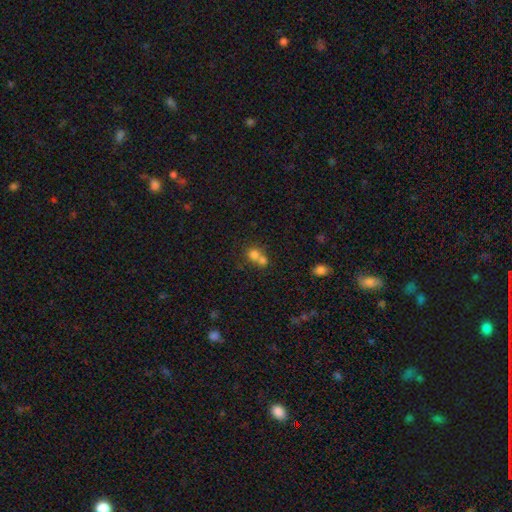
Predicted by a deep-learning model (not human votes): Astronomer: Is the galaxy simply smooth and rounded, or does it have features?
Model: smooth — 75%.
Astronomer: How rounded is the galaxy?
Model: round — 79%.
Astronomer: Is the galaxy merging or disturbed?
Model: merger — 61%.